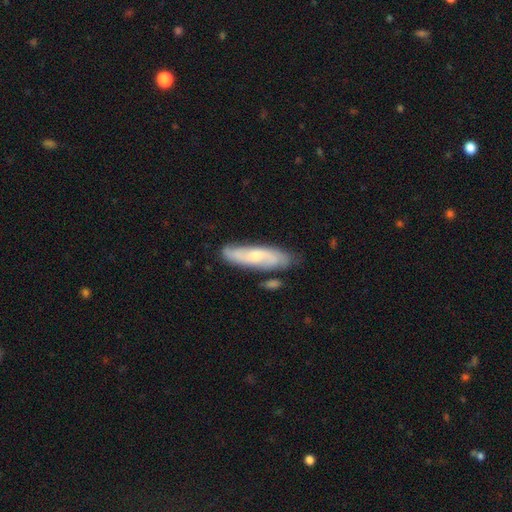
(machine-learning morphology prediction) This appears to be a featured or disk galaxy (59%). Merging: none (73%).